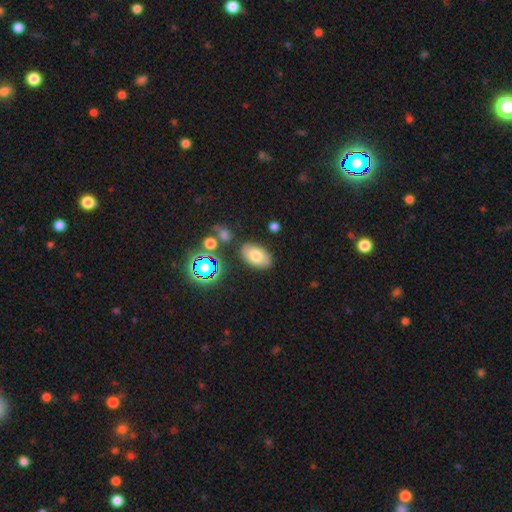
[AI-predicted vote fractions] Smooth or featured?
  - smooth: 73% *
  - featured or disk: 16%
  - star or artifact: 11%
How rounded?
  - in between: 92% *
  - round: 7%
  - cigar-shaped: 1%
Merging?
  - none: 82% *
  - minor disturbance: 11%
  - merger: 4%
  - major disturbance: 3%